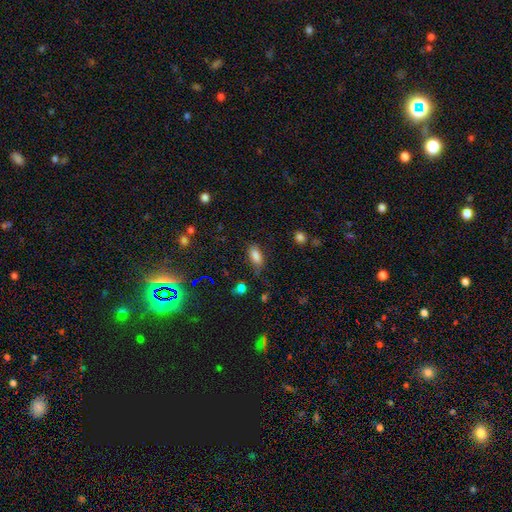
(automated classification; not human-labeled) Smooth or featured? smooth (83%)
How rounded? in between (86%)
Merging? none (71%)